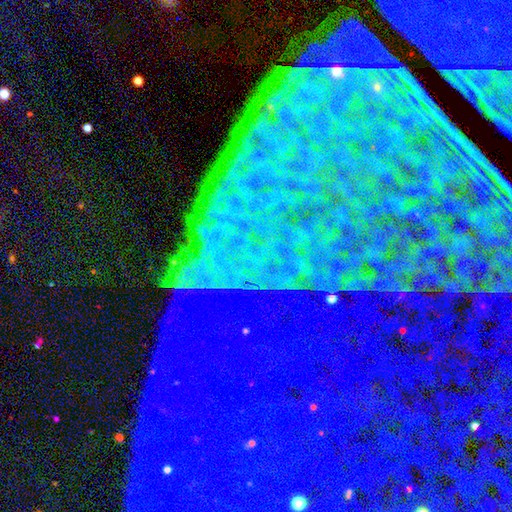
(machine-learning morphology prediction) Smooth or featured: star or artifact — 85% (featured or disk — 8%)